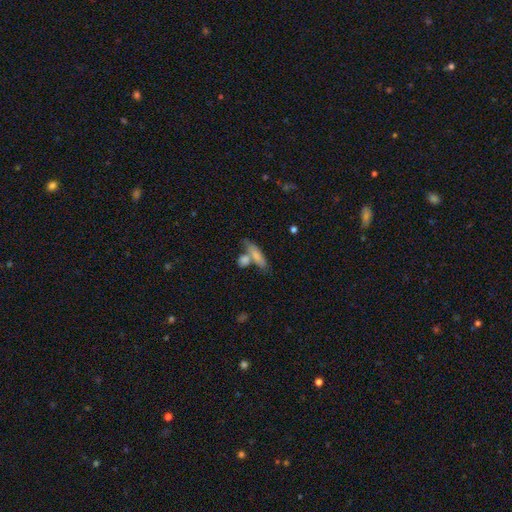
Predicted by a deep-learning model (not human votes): Overall: smooth (71%). How rounded: cigar-shaped (55%; in between 40%). Merging: none (47%; merger 33%).